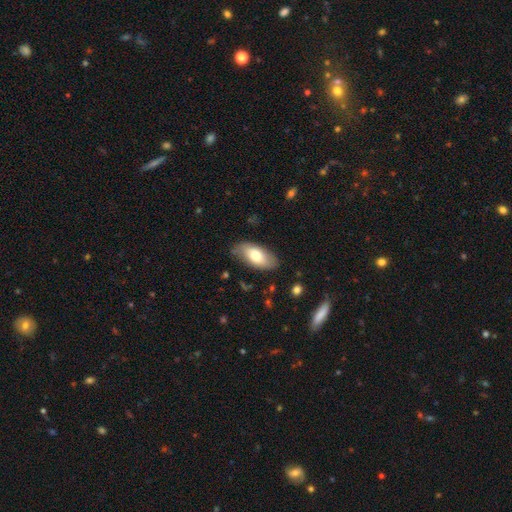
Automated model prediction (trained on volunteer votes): smooth 69%, featured or disk 25%, star or artifact 6%. Down the decision tree: how rounded — in between (91%); merging — none (79%).